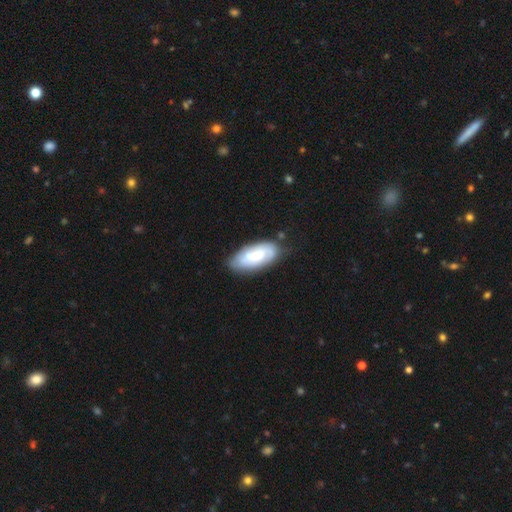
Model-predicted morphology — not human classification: type=featured or disk (53%); edge-on=no (92%); merging=none (73%).